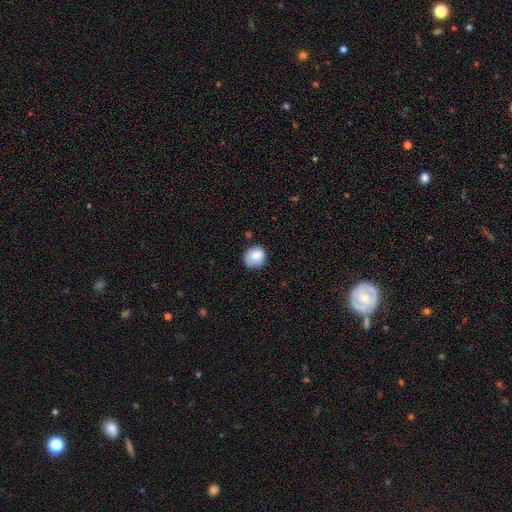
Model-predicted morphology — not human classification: Q: Smooth or featured?
A: smooth (85%); runner-up: star or artifact (8%)
Q: How rounded?
A: round (85%); runner-up: in between (14%)
Q: Merging?
A: none (76%); runner-up: minor disturbance (19%)